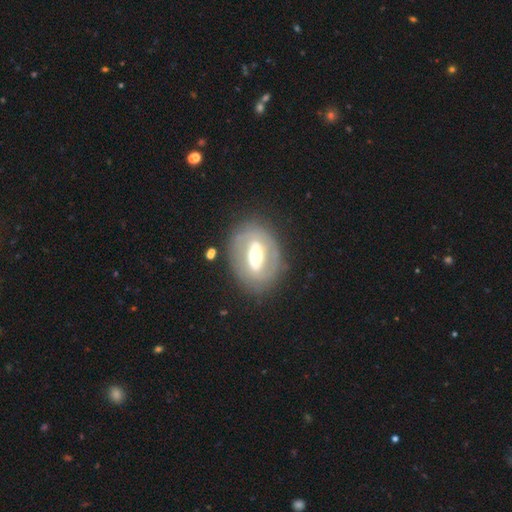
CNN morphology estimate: Smooth or featured? Predicted: featured or disk (p=0.68). Edge-on disk? Predicted: no (p=0.90). Bar? Predicted: strong (p=0.55). Spiral arms? Predicted: no (p=0.64). Bulge size? Predicted: moderate (p=0.64). Merging? Predicted: none (p=0.78).